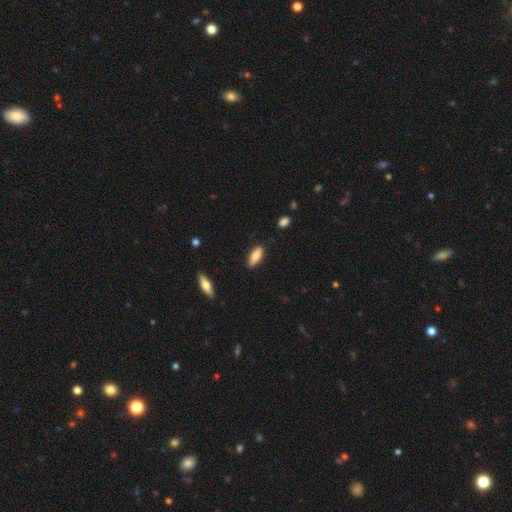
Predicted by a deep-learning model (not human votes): Overall: smooth (81%). How rounded: in between (73%). Merging: none (80%).